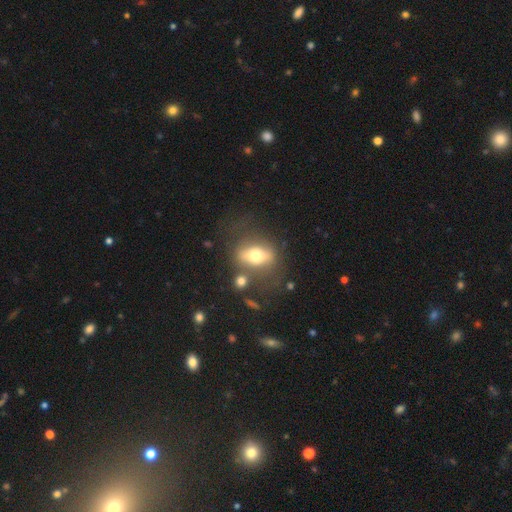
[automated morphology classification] A smooth galaxy with no disk features (50%) that is in between round and cigar-shaped (73%).

Vote fractions:
- Smooth or featured? smooth: 50% / featured or disk: 42% / star or artifact: 8%
- How rounded? in between: 73% / round: 18% / cigar-shaped: 9%
- Merging? none: 60% / minor disturbance: 17% / major disturbance: 14% / merger: 8%